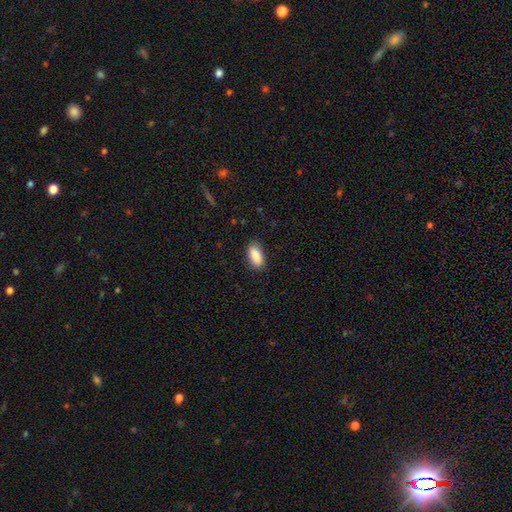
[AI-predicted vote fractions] Smooth or featured: smooth — 89% (star or artifact — 7%)
How rounded: in between — 90% (cigar-shaped — 7%)
Merging: none — 86% (minor disturbance — 11%)